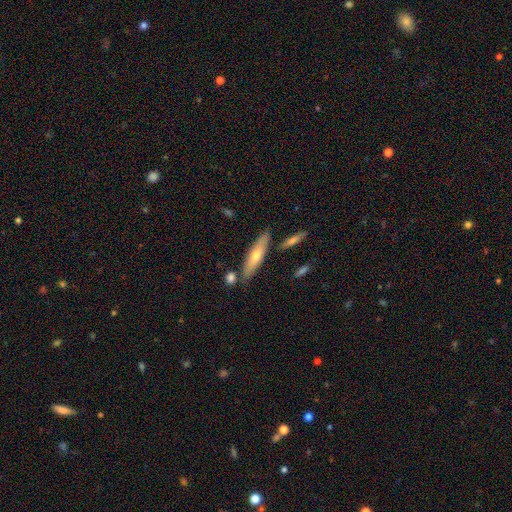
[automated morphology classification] Smooth or featured? Predicted: smooth (p=0.53). How rounded? Predicted: cigar-shaped (p=0.71). Merging? Predicted: none (p=0.78).